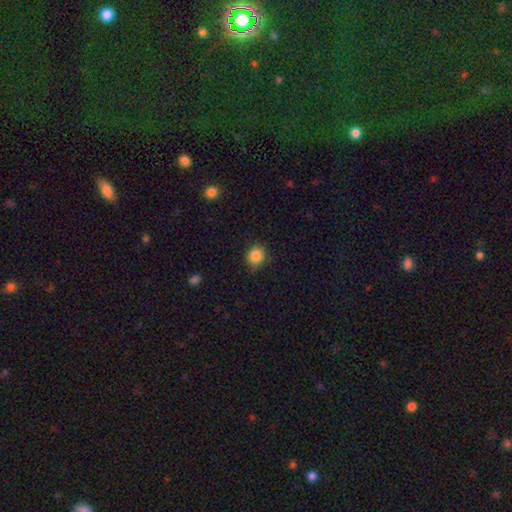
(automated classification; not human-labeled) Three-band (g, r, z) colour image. It shows a smooth galaxy with no disk features (85%) that is round (76%). Merging: none (73%).